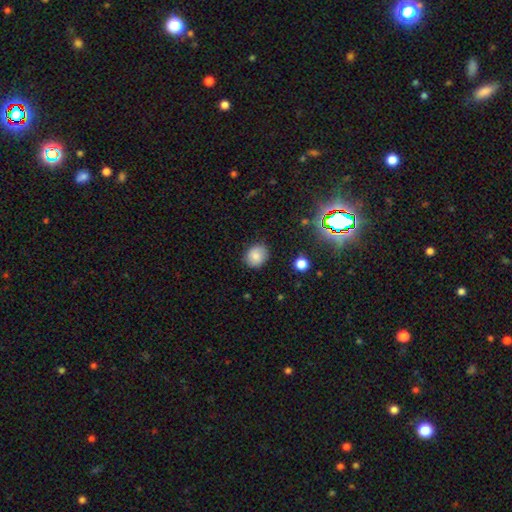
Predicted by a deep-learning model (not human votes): The model was most divided on "how rounded": round: 70%, in between: 29%, cigar-shaped: 1%. More confident: merging — none (84%); smooth or featured — smooth (82%).